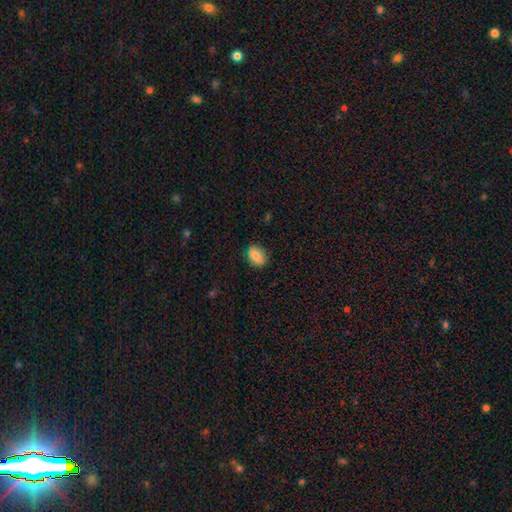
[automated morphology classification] smooth 79%, featured or disk 13%, star or artifact 8%. Down the decision tree: how rounded — in between (73%); merging — none (82%).